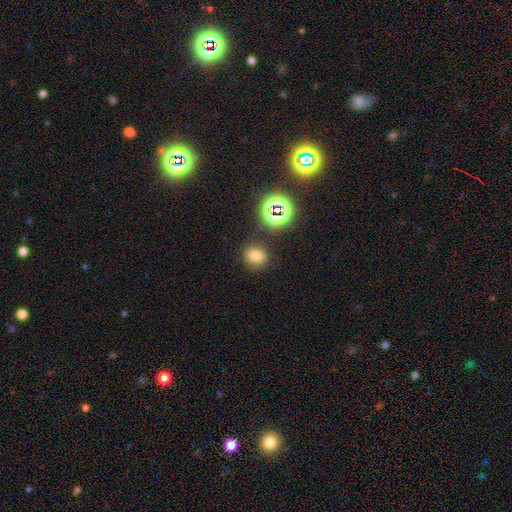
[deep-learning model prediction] Smooth or featured? Predicted: smooth (p=0.70). How rounded? Predicted: round (p=0.69). Merging? Predicted: none (p=0.81).